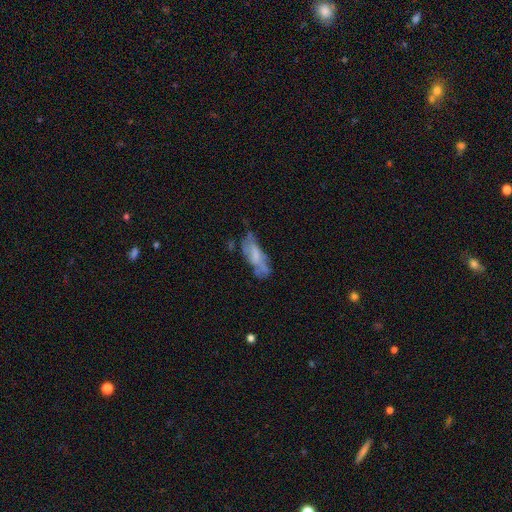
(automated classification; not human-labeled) smooth_or_featured: featured or disk (p=0.46) [alt: smooth p=0.44]
merging: none (p=0.46) [alt: minor disturbance p=0.28]